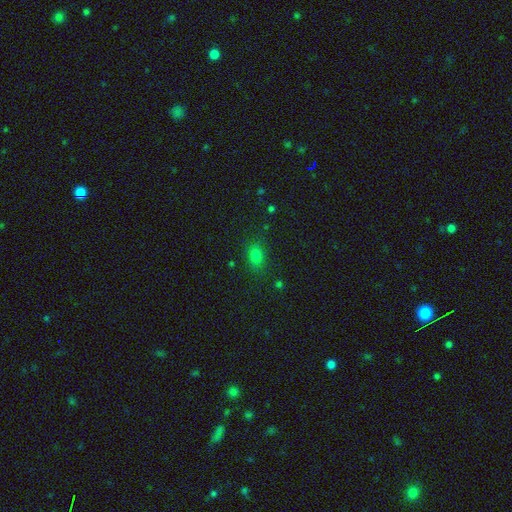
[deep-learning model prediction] smooth 77%, star or artifact 16%, featured or disk 7%. Down the decision tree: how rounded — in between (66%); merging — none (81%).